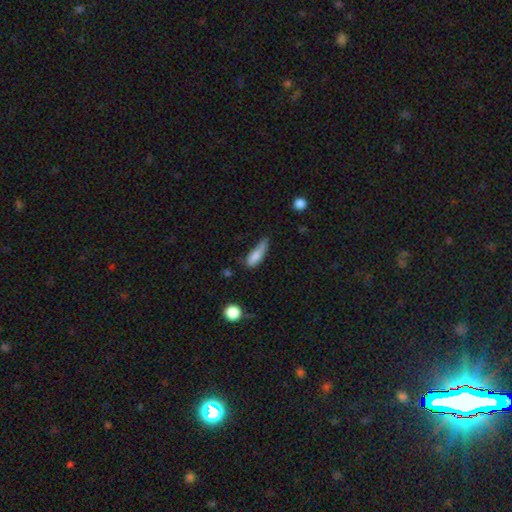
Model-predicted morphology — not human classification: type=smooth (78%); roundness=cigar-shaped (54%); merging=minor disturbance (43%).